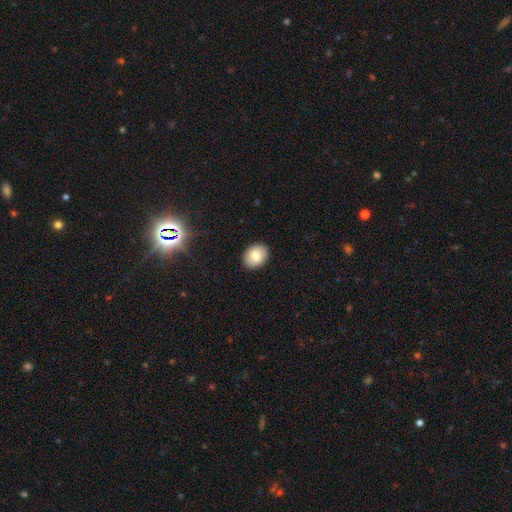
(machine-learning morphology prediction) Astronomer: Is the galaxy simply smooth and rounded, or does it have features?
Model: smooth — 79%.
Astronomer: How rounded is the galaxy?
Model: in between — 57% (runner-up: round, 42%).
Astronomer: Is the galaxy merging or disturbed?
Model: none — 90%.